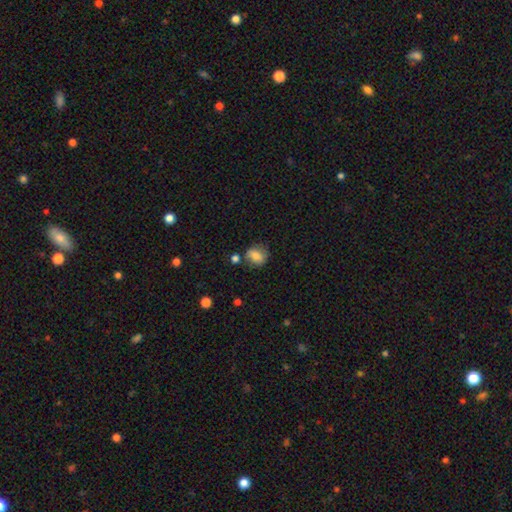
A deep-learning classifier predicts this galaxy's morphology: A smooth galaxy with no disk features (73%) that is round (56%).

Vote fractions:
- Smooth or featured? smooth: 73% / featured or disk: 17% / star or artifact: 10%
- How rounded? round: 56% / in between: 42% / cigar-shaped: 1%
- Merging? none: 61% / minor disturbance: 22% / merger: 10% / major disturbance: 7%